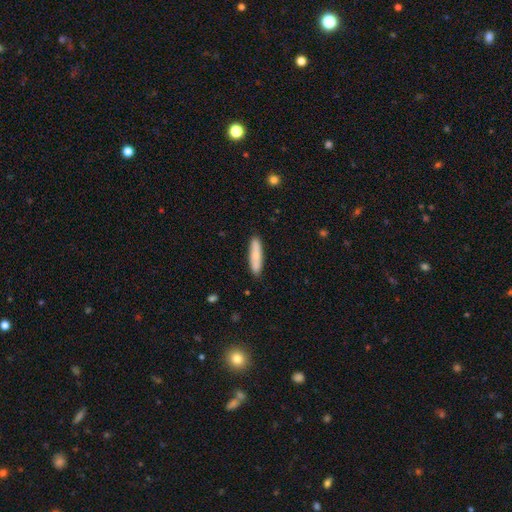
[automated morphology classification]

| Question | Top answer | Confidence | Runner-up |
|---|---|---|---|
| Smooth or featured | smooth | 76% | featured or disk (19%) |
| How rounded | cigar-shaped | 80% | in between (19%) |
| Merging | none | 87% | minor disturbance (10%) |